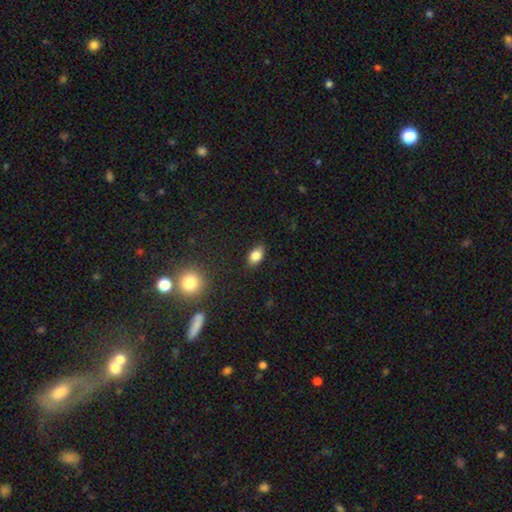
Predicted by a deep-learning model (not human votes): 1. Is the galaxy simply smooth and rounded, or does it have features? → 82% smooth, 10% star or artifact, 8% featured or disk.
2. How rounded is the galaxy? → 86% in between, 11% round, 3% cigar-shaped.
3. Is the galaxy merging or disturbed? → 84% none, 12% minor disturbance, 3% major disturbance, 1% merger.